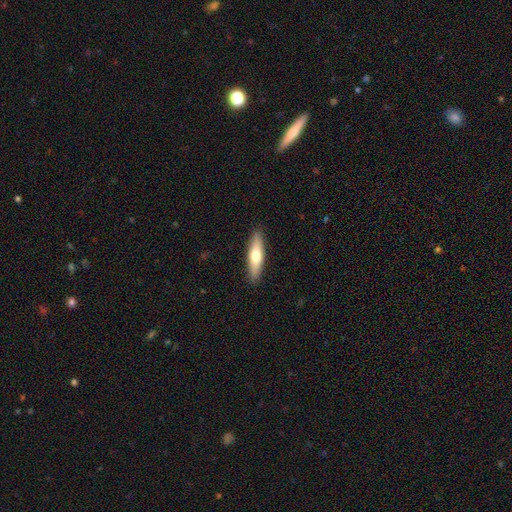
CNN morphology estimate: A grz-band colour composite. It shows a smooth galaxy with no disk features (59%) that is cigar-shaped (68%). Merging: none (90%).